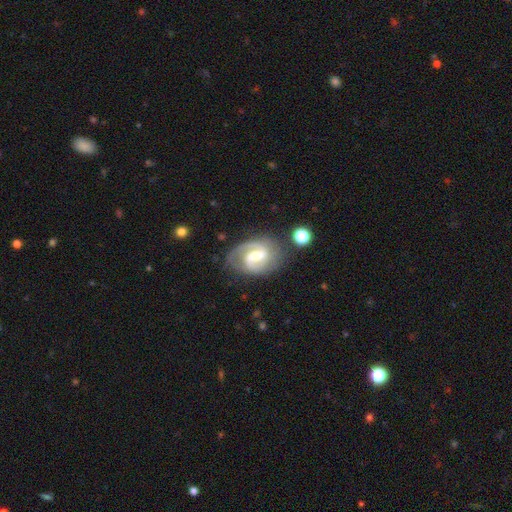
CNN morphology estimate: A featured or disk galaxy (85%) with a weak bar (54%), 2 (84%) medium (53%) spiral arms (96%) and a moderate central bulge (58%). Merging: none (72%).